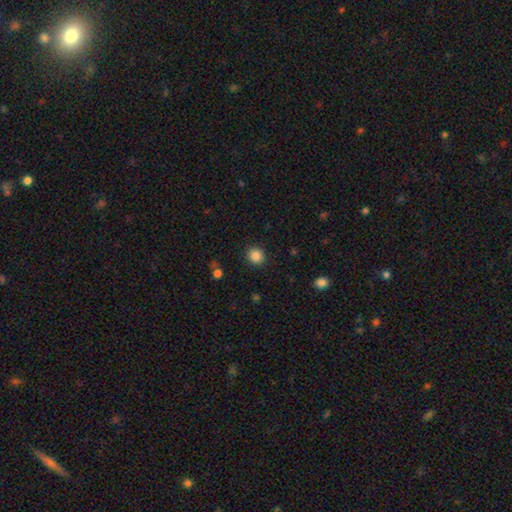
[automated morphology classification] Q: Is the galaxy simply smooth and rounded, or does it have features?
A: smooth — 86%.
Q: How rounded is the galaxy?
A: round — 88%.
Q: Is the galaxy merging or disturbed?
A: none — 90%.